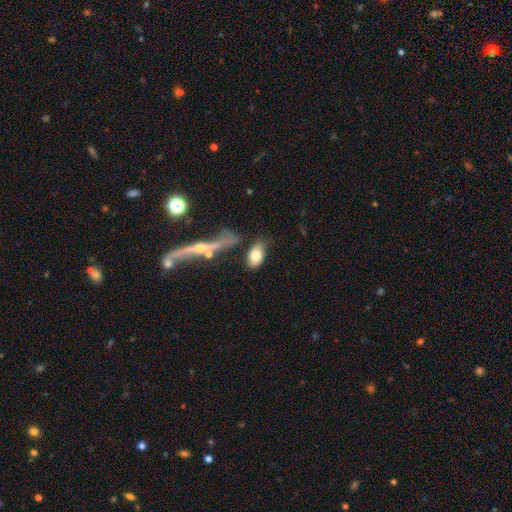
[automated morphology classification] Smooth or featured?
  - smooth: 72% *
  - featured or disk: 21%
  - star or artifact: 7%
How rounded?
  - in between: 90% *
  - round: 7%
  - cigar-shaped: 4%
Merging?
  - none: 58% *
  - minor disturbance: 19%
  - merger: 13%
  - major disturbance: 10%